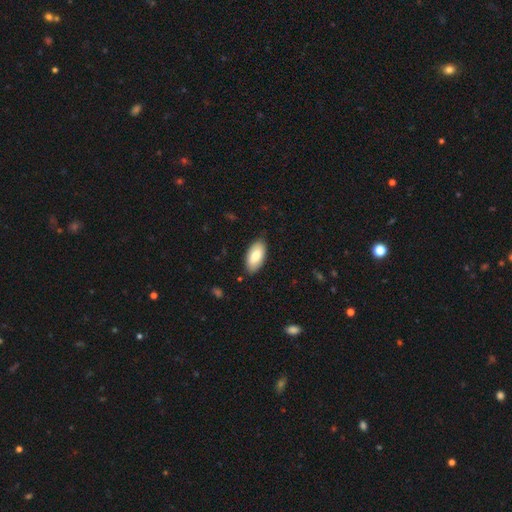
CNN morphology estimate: A smooth galaxy with no disk features (76%) that is in between round and cigar-shaped (93%).

Vote fractions:
- Smooth or featured? smooth: 76% / featured or disk: 18% / star or artifact: 6%
- How rounded? in between: 93% / cigar-shaped: 5% / round: 2%
- Merging? none: 86% / minor disturbance: 11% / major disturbance: 2% / merger: 1%